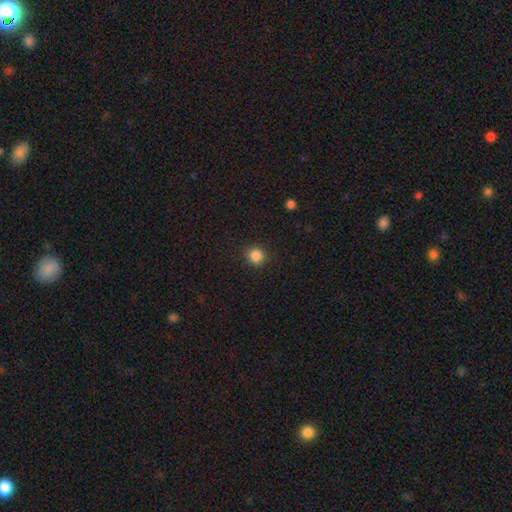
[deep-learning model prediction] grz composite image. It shows a smooth galaxy with no disk features (86%) that is round (93%). Merging: none (91%).